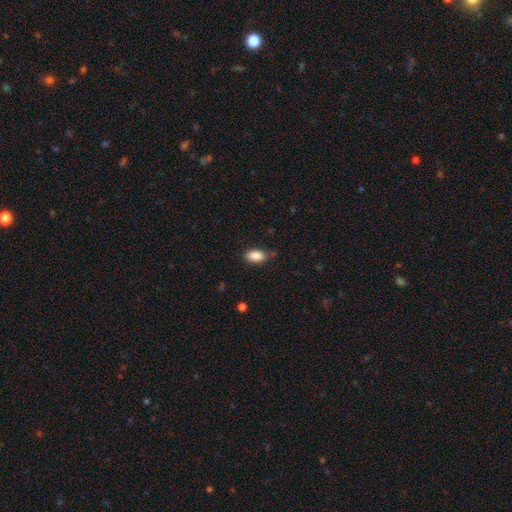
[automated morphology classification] Smooth or featured: smooth — 88% (star or artifact — 8%)
How rounded: in between — 92% (round — 5%)
Merging: none — 76% (minor disturbance — 19%)